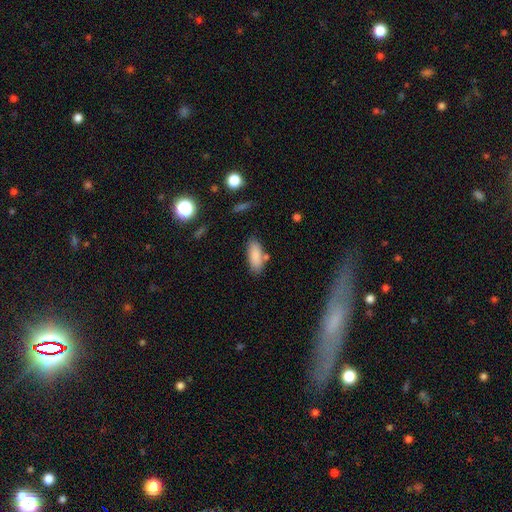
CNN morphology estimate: Overall: smooth (86%). How rounded: in between (80%). Merging: none (74%).